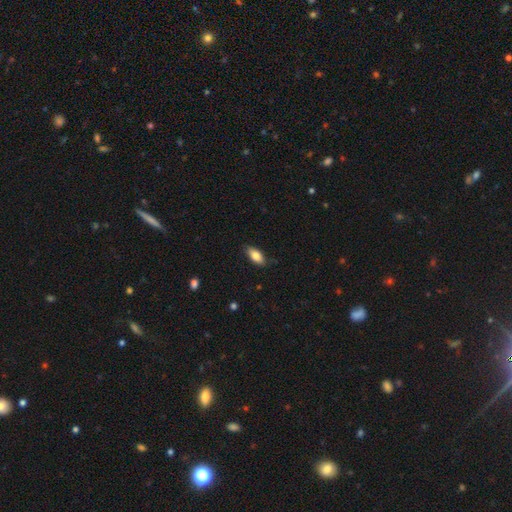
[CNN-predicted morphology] The model was most divided on "merging": none: 83%, minor disturbance: 14%, major disturbance: 2%, merger: 1%. More confident: how rounded — in between (88%); smooth or featured — smooth (82%).